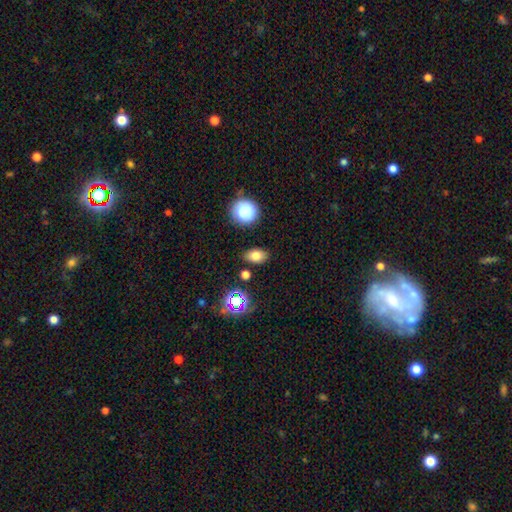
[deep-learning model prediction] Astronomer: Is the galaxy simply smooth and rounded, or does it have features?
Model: smooth — 76%.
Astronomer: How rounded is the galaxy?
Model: in between — 82%.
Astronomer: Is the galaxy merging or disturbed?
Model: none — 84%.